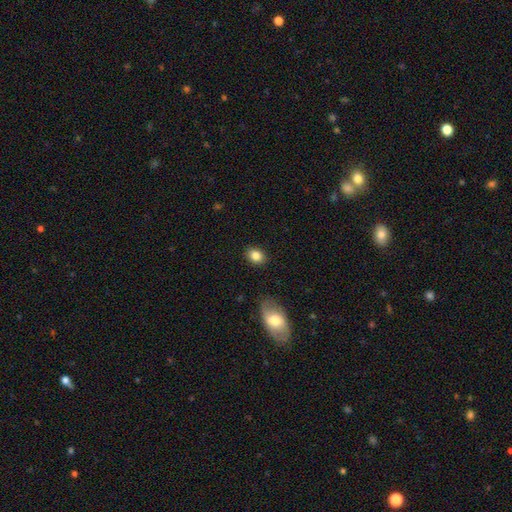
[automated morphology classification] Smooth or featured? smooth (84%)
How rounded? in between (59%)
Merging? none (87%)